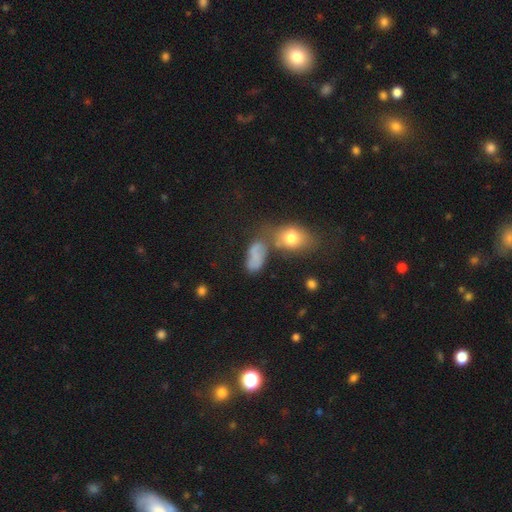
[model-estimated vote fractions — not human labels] The model was most divided on "merging": none: 43%, minor disturbance: 23%, merger: 20%, major disturbance: 14%. More confident: how rounded — in between (86%); smooth or featured — smooth (62%).